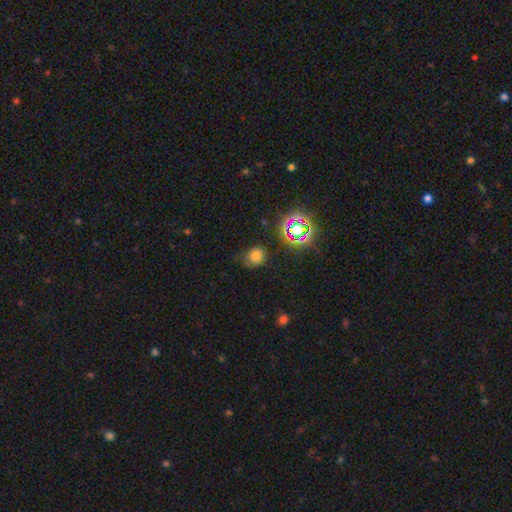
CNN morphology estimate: Overall: smooth (68%). How rounded: round (79%). Merging: none (66%).